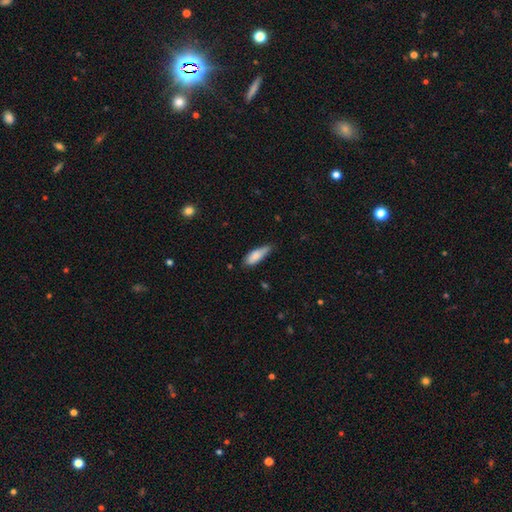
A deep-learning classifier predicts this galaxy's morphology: Overall: smooth (80%). How rounded: in between (58%; cigar-shaped 40%). Merging: none (57%; minor disturbance 35%).